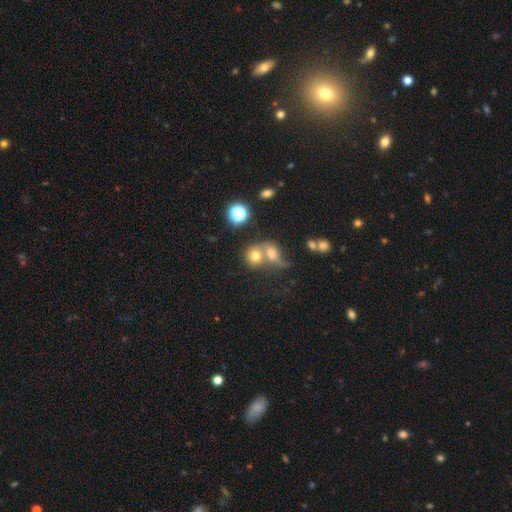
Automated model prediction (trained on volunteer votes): Q: Smooth or featured?
A: smooth (70%); runner-up: featured or disk (15%)
Q: How rounded?
A: round (74%); runner-up: in between (24%)
Q: Merging?
A: merger (57%); runner-up: none (29%)